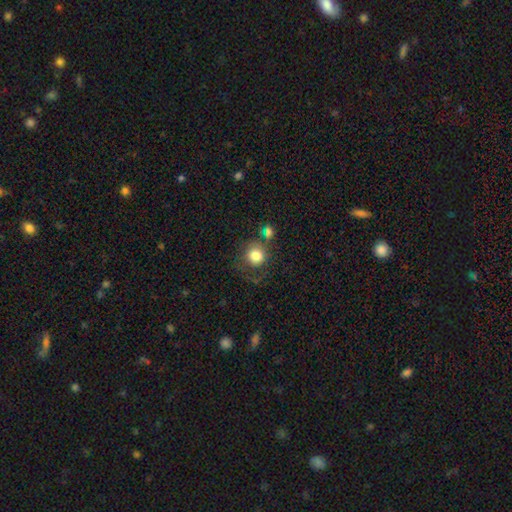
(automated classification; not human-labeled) A smooth galaxy with no disk features (80%) that is round (87%).

Vote fractions:
- Smooth or featured? smooth: 80% / featured or disk: 11% / star or artifact: 9%
- How rounded? round: 87% / in between: 12% / cigar-shaped: 1%
- Merging? none: 55% / minor disturbance: 17% / merger: 15% / major disturbance: 13%